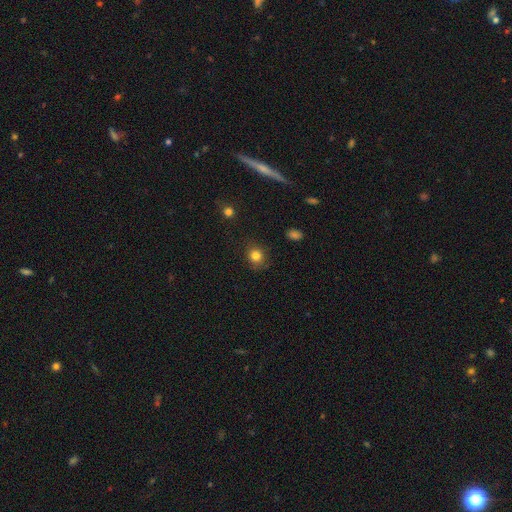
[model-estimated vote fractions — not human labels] A smooth galaxy with no disk features (81%) that is round (80%). Merging: none (82%).